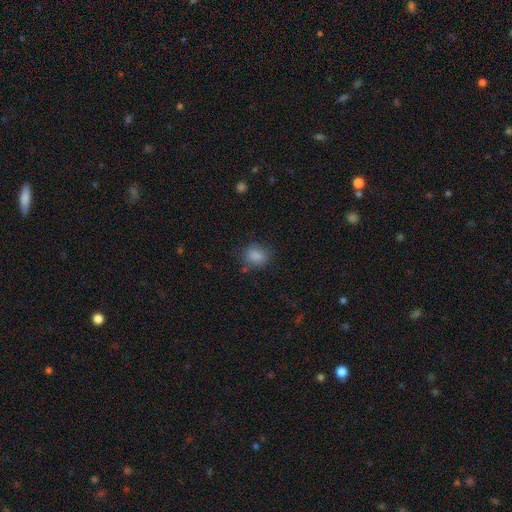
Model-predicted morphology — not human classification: smooth_or_featured: smooth (p=0.83) [alt: star or artifact p=0.10]
how_rounded: round (p=0.51) [alt: in between p=0.48]
merging: none (p=0.69) [alt: minor disturbance p=0.21]